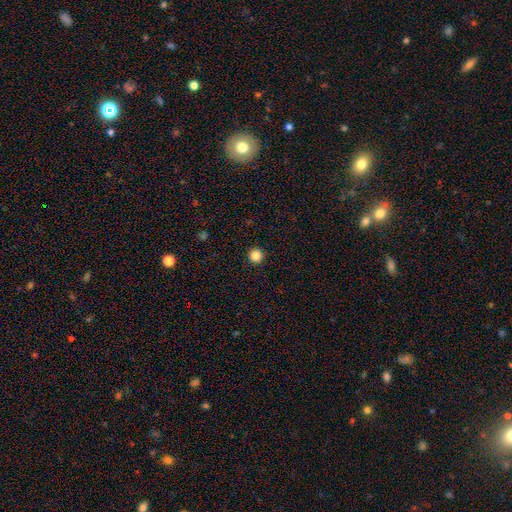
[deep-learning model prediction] This appears to be a smooth galaxy with no disk features (85%) that is round (96%). Merging: none (94%).